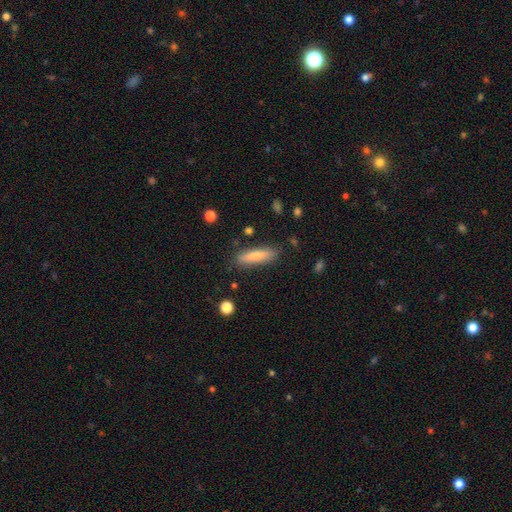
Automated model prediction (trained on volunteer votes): This appears to be a smooth galaxy with no disk features (77%) that is cigar-shaped (76%). Merging: none (84%).